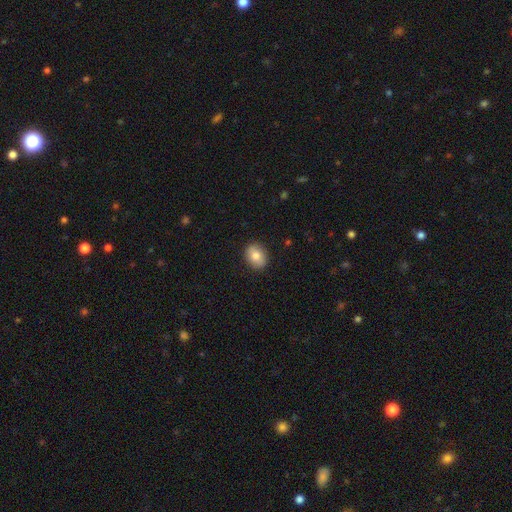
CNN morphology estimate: smooth-or-featured: smooth: 79% | featured or disk: 13% | star or artifact: 8%
  how-rounded: in between: 64% | round: 35% | cigar-shaped: 1%
  merging: none: 89% | minor disturbance: 8% | major disturbance: 2% | merger: 1%